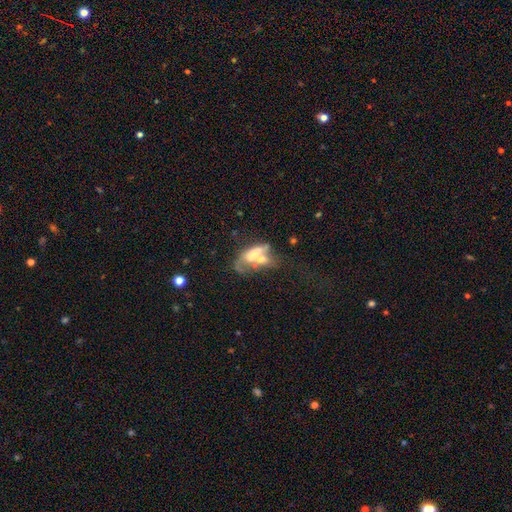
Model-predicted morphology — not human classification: A featured or disk galaxy (47%). Merging: merger (60%).